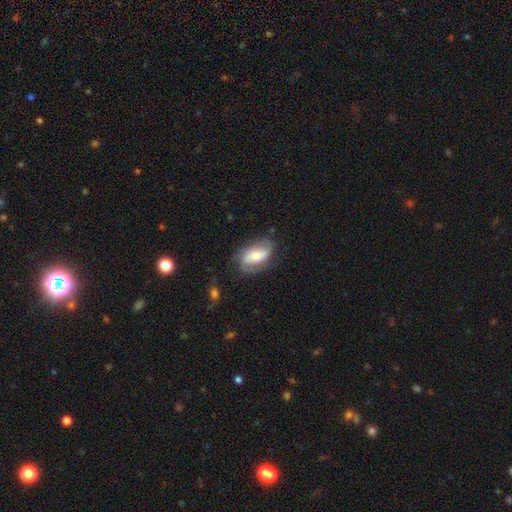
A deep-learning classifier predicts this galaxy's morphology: This is likely a featured or disk galaxy (62%). It is clearly not viewed edge-on (94%). Bar: marginally no (38%). Spiral arm pattern: clearly yes (84%). Central bulge: possibly moderate (56%). Merging: likely none (67%).